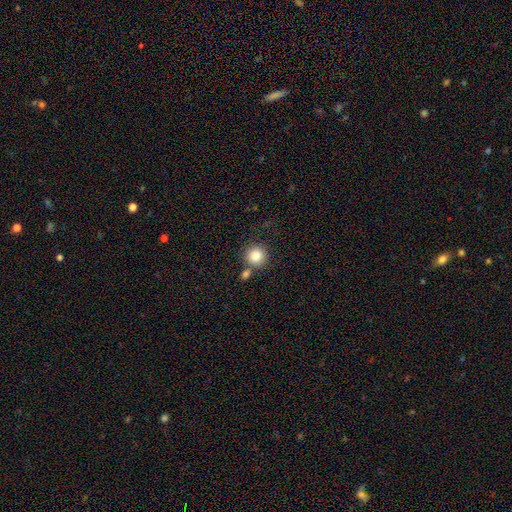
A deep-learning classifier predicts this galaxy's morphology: This appears to be a smooth galaxy with no disk features (84%) that is round (93%). Merging: none (71%).